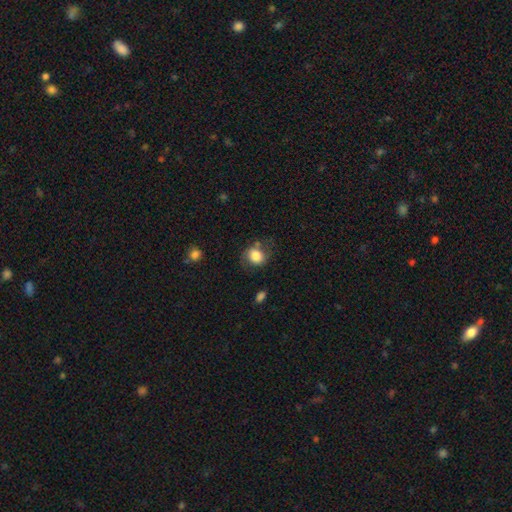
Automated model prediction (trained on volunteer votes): smooth 76%, featured or disk 16%, star or artifact 8%. Down the decision tree: how rounded — round (64%); merging — none (61%).